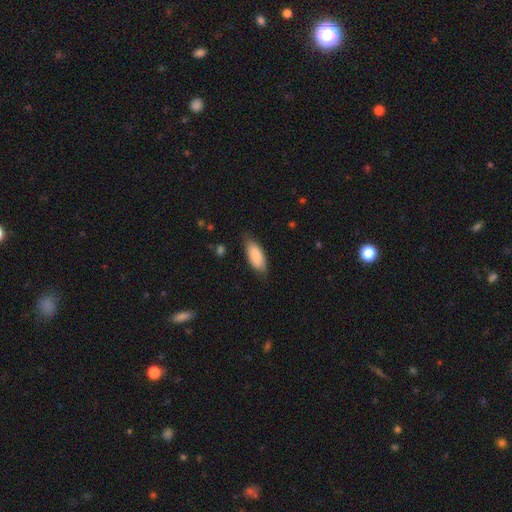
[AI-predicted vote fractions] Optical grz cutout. It shows a smooth galaxy with no disk features (82%) that is in between round and cigar-shaped (87%). Merging: none (75%).